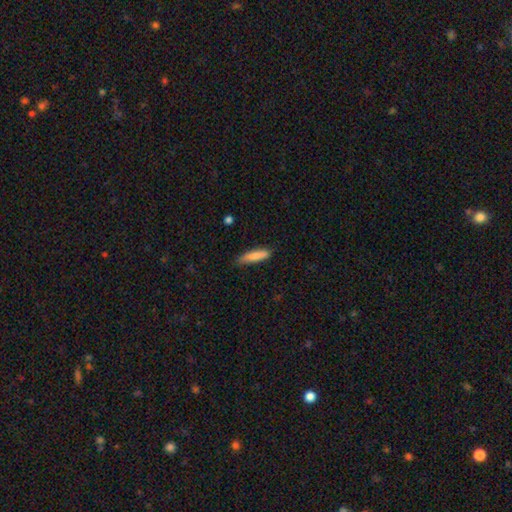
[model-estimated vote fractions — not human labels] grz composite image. It shows a smooth galaxy with no disk features (82%) that is cigar-shaped (79%). Merging: none (76%).